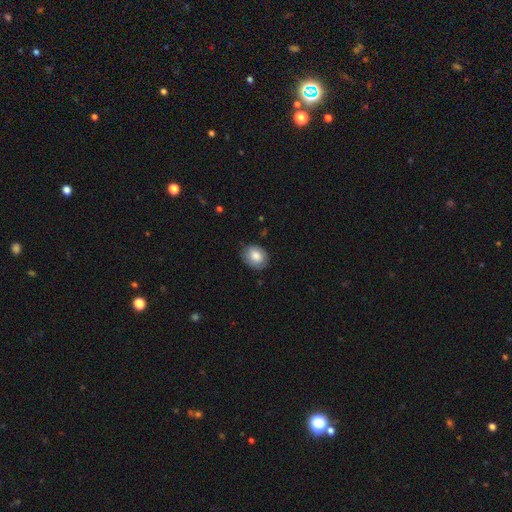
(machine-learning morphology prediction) Smooth or featured? smooth (78%)
How rounded? in between (54%)
Merging? none (73%)